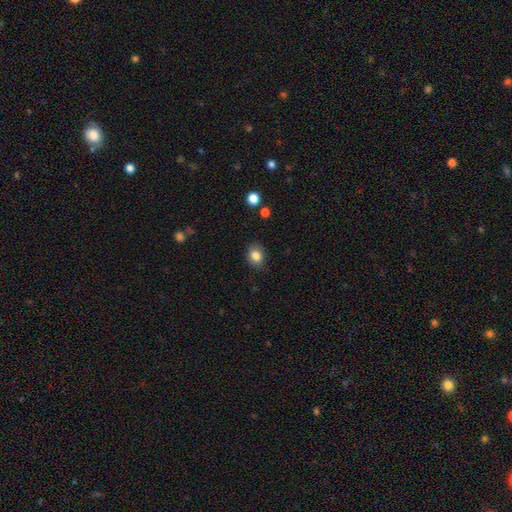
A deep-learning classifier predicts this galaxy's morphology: type=smooth (83%); roundness=in between (52%); merging=none (86%).